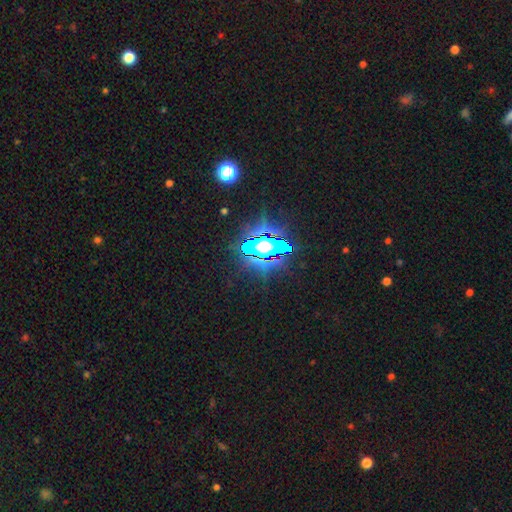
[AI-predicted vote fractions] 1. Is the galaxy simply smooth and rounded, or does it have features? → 69% star or artifact, 17% smooth, 14% featured or disk.